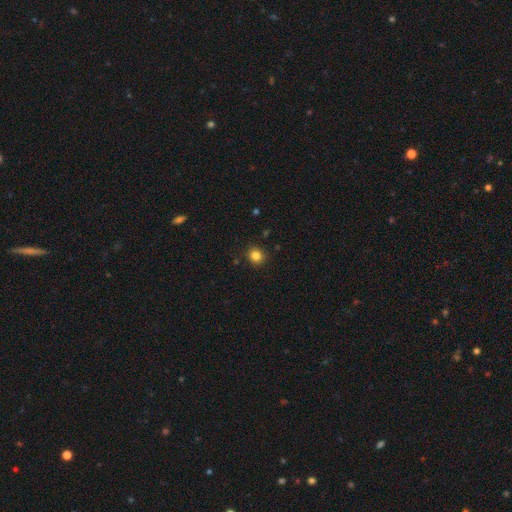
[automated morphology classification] Smooth or featured? Predicted: smooth (p=0.83). How rounded? Predicted: round (p=0.89). Merging? Predicted: none (p=0.90).